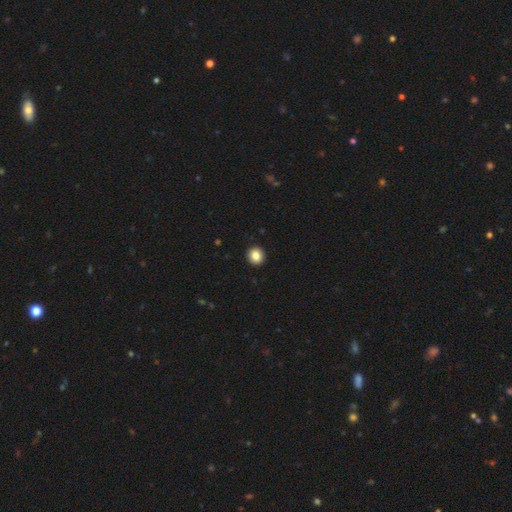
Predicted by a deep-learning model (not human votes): Smooth or featured: smooth — 85% (star or artifact — 9%)
How rounded: round — 90% (in between — 9%)
Merging: none — 94% (minor disturbance — 4%)